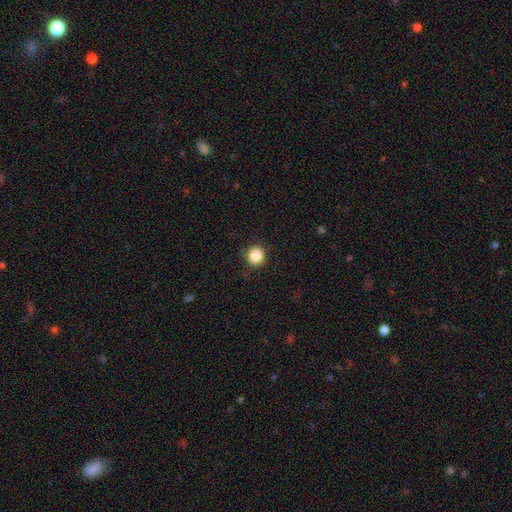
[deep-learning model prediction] The model was most divided on "smooth or featured": smooth: 87%, star or artifact: 10%, featured or disk: 4%. More confident: how rounded — round (93%); merging — none (90%).